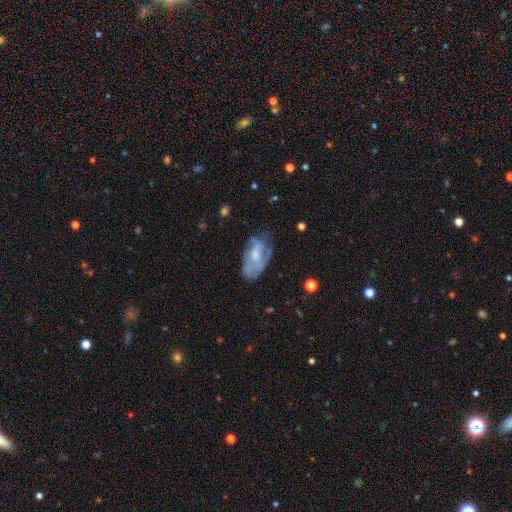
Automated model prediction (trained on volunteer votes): Overall: featured or disk (57%; smooth 35%). Edge-on disk: no (94%). Bar: no (63%; weak 31%). Spiral arms: yes (59%; no 41%). Bulge size: moderate (43%; small 36%). Merging: none (51%; minor disturbance 28%).